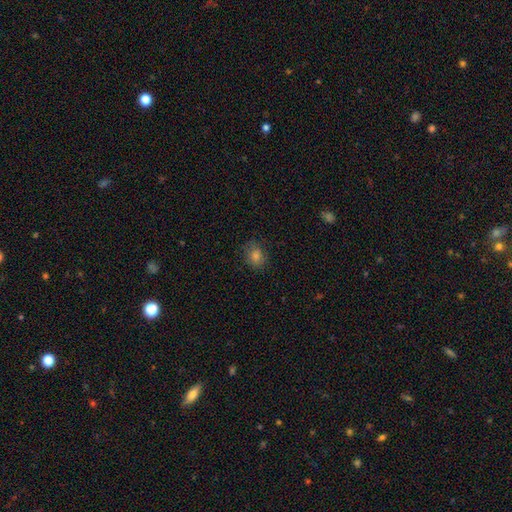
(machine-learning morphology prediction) Smooth or featured? Predicted: smooth (p=0.73). How rounded? Predicted: round (p=0.59). Merging? Predicted: none (p=0.81).